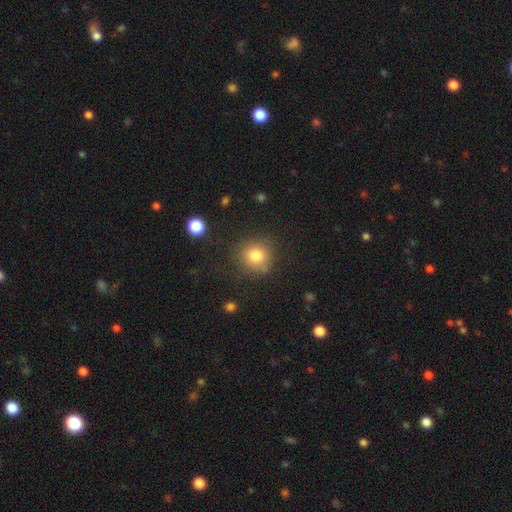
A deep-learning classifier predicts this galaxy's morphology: A smooth galaxy with no disk features (80%) that is round (88%).

Vote fractions:
- Smooth or featured? smooth: 80% / star or artifact: 12% / featured or disk: 8%
- How rounded? round: 88% / in between: 11% / cigar-shaped: 1%
- Merging? none: 81% / minor disturbance: 12% / major disturbance: 4% / merger: 3%